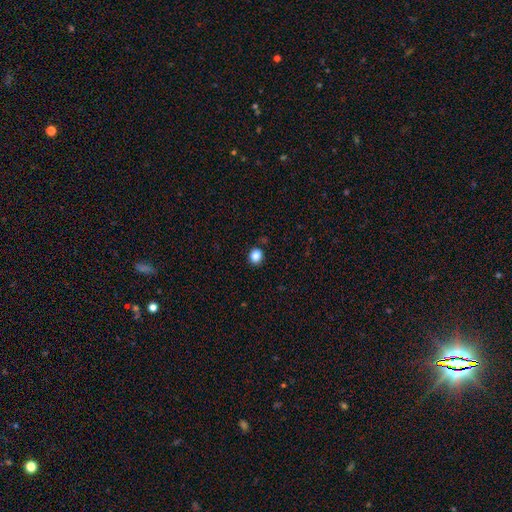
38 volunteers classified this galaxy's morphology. This is clearly a smooth galaxy (87%). How rounded: clearly round (88%). Merging: clearly none (91%).